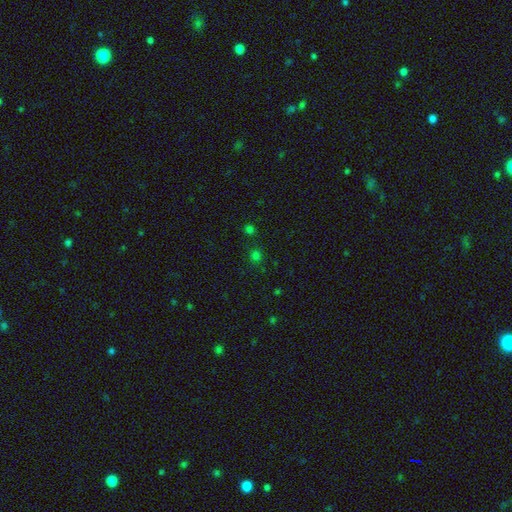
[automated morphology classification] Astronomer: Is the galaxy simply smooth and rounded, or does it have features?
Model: smooth — 67%.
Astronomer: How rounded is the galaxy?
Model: round — 86%.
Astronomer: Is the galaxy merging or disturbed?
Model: none — 82%.